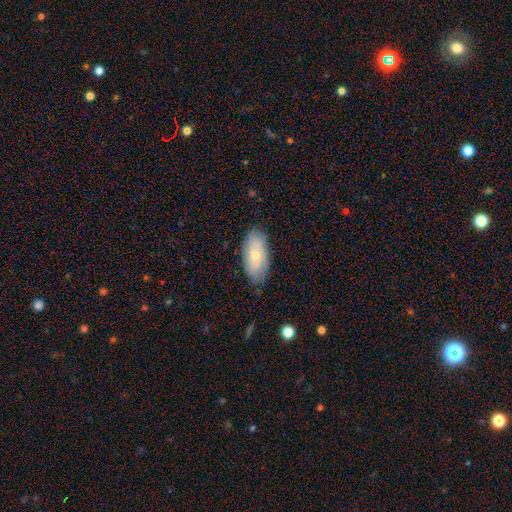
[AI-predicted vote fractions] Overall: smooth (59%; featured or disk 35%). How rounded: in between (91%). Merging: none (78%).